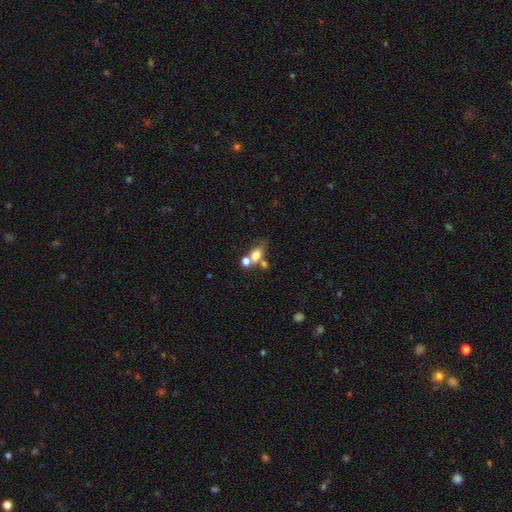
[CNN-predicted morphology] smooth 70%, featured or disk 18%, star or artifact 12%. Down the decision tree: how rounded — in between (65%); merging — merger (44%).